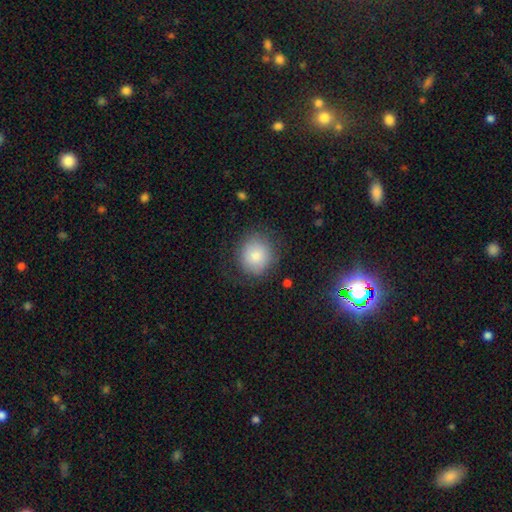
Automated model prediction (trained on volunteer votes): A smooth galaxy with no disk features (81%) that is round (84%).

Vote fractions:
- Smooth or featured? smooth: 81% / featured or disk: 11% / star or artifact: 8%
- How rounded? round: 84% / in between: 15% / cigar-shaped: 1%
- Merging? none: 73% / minor disturbance: 17% / major disturbance: 8% / merger: 1%